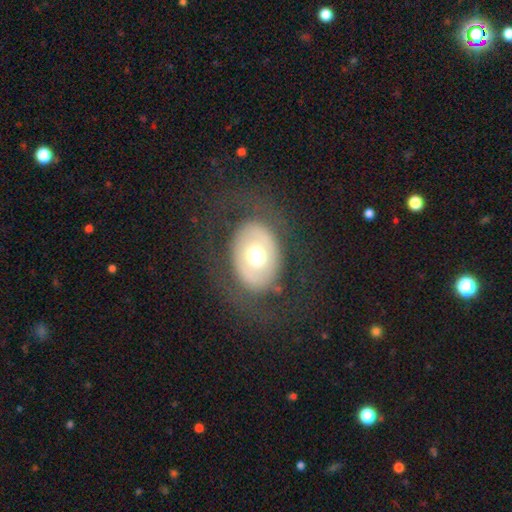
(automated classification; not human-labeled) The model was most divided on "smooth or featured": smooth: 50%, featured or disk: 42%, star or artifact: 8%. More confident: merging — none (76%).